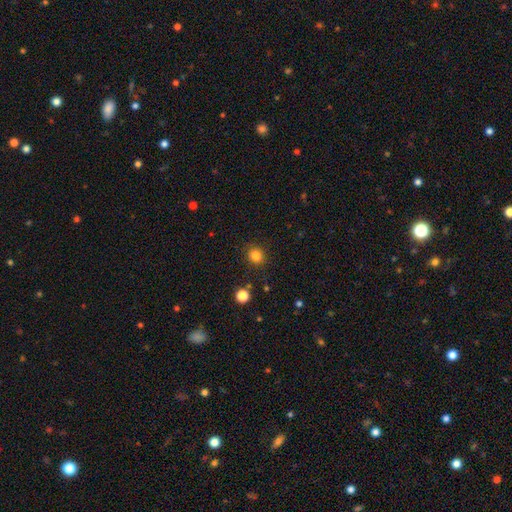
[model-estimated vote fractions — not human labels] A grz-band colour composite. It shows a smooth galaxy with no disk features (83%) that is round (82%). Merging: none (88%).